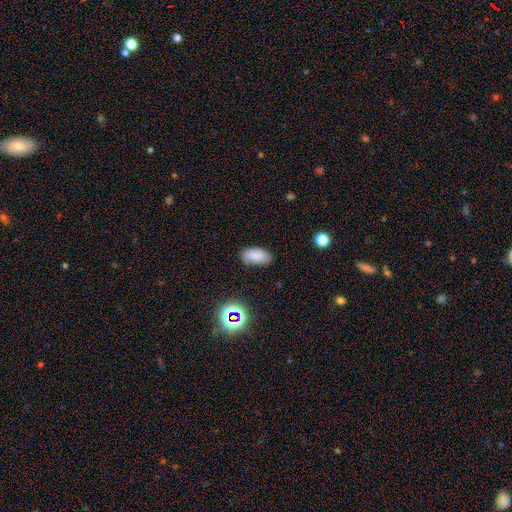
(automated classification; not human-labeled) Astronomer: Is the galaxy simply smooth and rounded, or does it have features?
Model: smooth — 82%.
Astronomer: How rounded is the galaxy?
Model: in between — 93%.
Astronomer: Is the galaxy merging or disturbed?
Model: none — 79%.